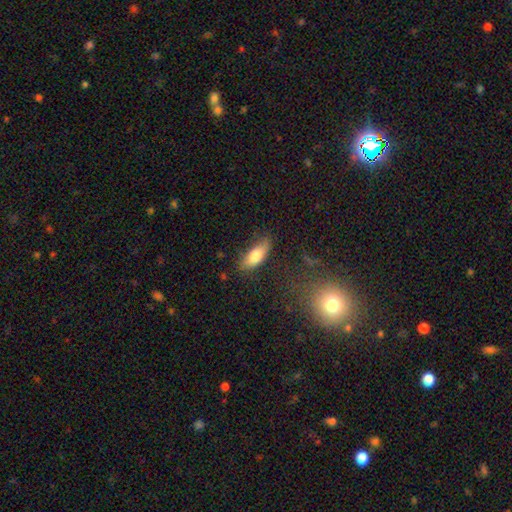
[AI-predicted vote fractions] Smooth or featured? Predicted: smooth (p=0.77). How rounded? Predicted: in between (p=0.73). Merging? Predicted: none (p=0.71).